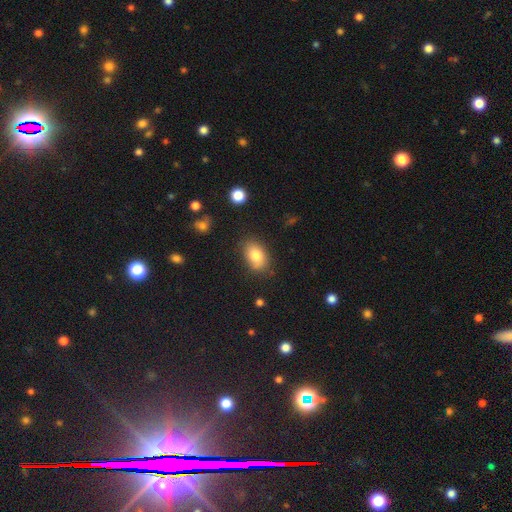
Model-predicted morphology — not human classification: A smooth galaxy with no disk features (81%) that is in between round and cigar-shaped (84%).

Vote fractions:
- Smooth or featured? smooth: 81% / featured or disk: 11% / star or artifact: 8%
- How rounded? in between: 84% / round: 15% / cigar-shaped: 1%
- Merging? none: 78% / minor disturbance: 16% / major disturbance: 4% / merger: 2%